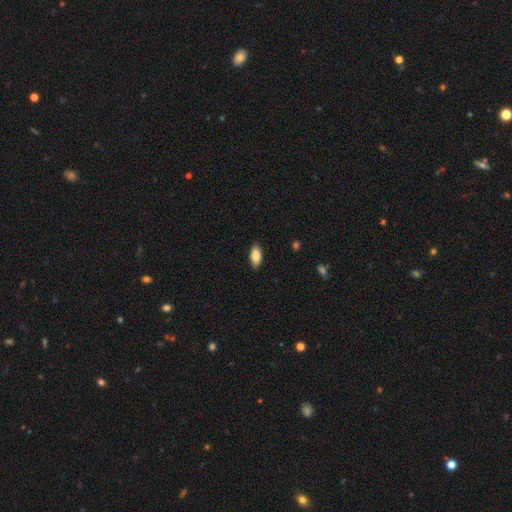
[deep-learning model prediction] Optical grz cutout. It shows a smooth galaxy with no disk features (87%) that is in between round and cigar-shaped (91%). Merging: none (87%).